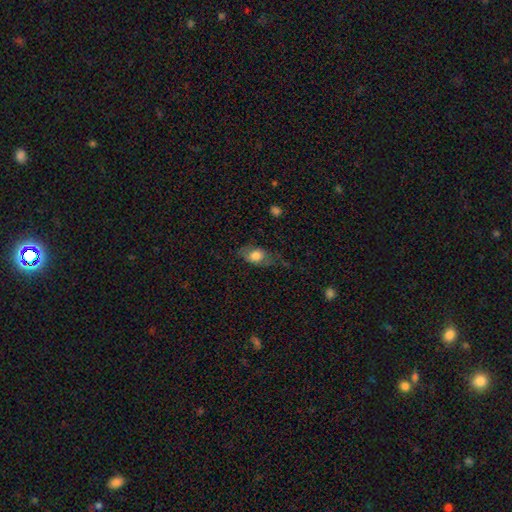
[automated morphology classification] This appears to be a smooth galaxy with no disk features (72%) that is in between round and cigar-shaped (80%). Merging: none (54%).